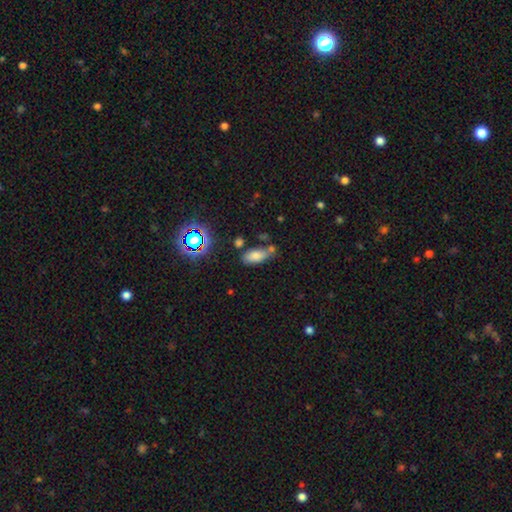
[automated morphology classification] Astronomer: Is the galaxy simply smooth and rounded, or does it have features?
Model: smooth — 74%.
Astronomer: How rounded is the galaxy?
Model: in between — 84%.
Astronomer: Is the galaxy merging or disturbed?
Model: none — 56%.